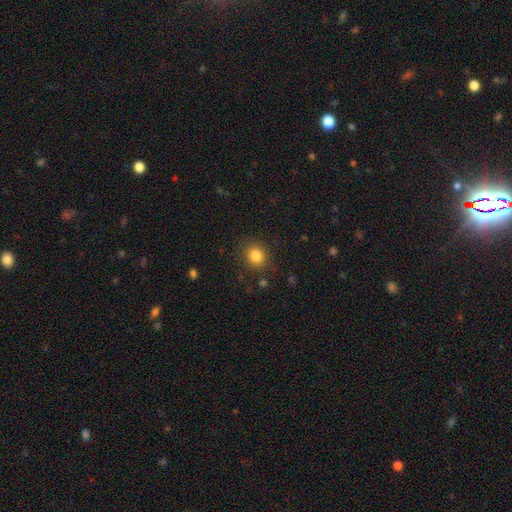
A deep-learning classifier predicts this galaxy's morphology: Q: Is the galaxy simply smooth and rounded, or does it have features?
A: smooth — 84%.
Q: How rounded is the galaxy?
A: round — 76%.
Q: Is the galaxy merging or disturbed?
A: none — 86%.